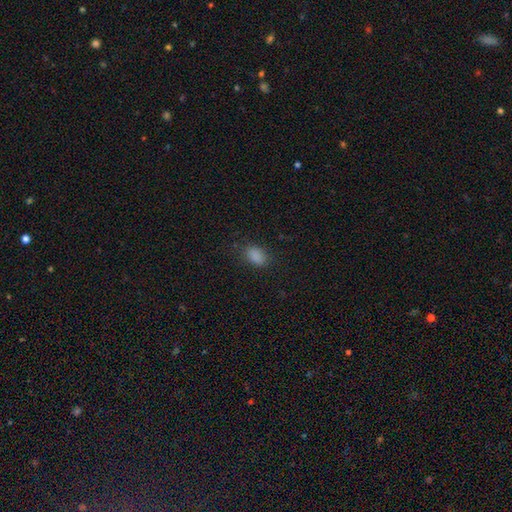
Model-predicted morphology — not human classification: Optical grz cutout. It shows a smooth galaxy with no disk features (86%) that is in between round and cigar-shaped (86%). Merging: none (79%).